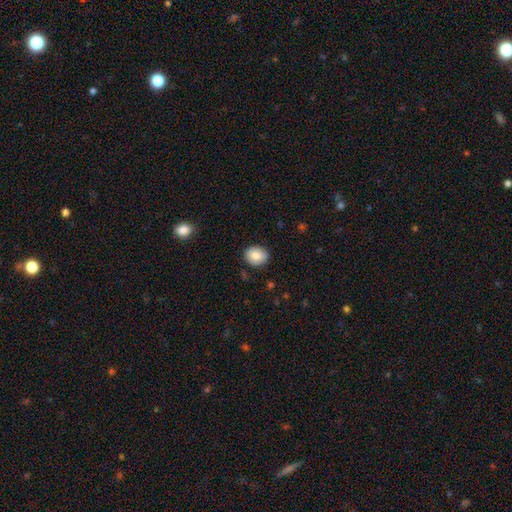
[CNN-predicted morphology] A smooth galaxy with no disk features (81%) that is round (56%). Merging: none (87%).